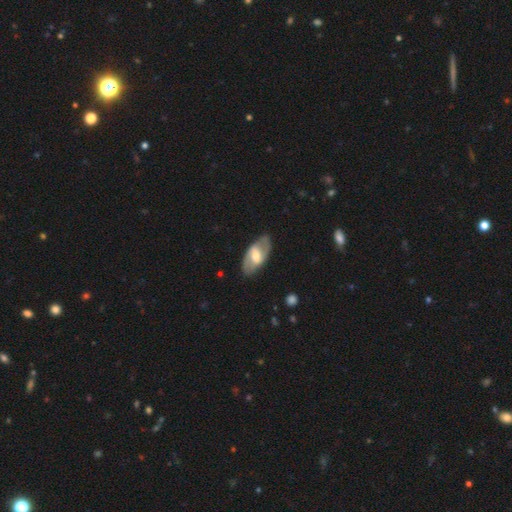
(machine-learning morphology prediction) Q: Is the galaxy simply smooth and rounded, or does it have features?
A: featured or disk — 60%.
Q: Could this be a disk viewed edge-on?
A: no — 88%.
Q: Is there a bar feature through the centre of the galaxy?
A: weak — 41%, tied with strong.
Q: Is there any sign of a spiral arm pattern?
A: yes — 58%.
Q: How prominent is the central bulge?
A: moderate — 61%.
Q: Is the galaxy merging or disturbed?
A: none — 82%.